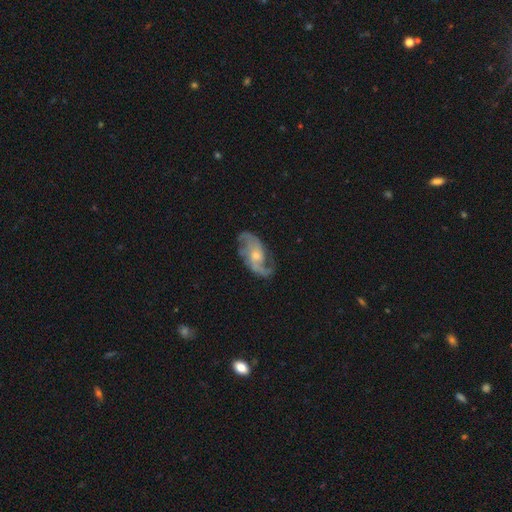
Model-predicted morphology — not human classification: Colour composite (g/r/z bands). It shows a featured or disk galaxy (85%) with no bar (61%), 2 (80%) loose (44%) spiral arms (95%) and a moderate central bulge (51%). Merging: none (69%).